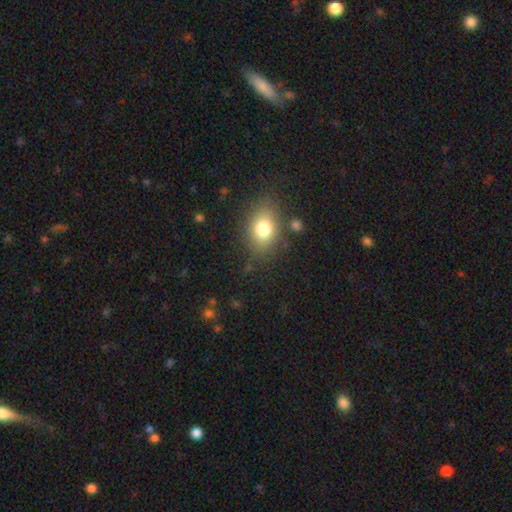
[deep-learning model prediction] Q: Smooth or featured?
A: smooth (68%); runner-up: star or artifact (20%)
Q: How rounded?
A: in between (66%); runner-up: round (31%)
Q: Merging?
A: none (83%); runner-up: minor disturbance (11%)